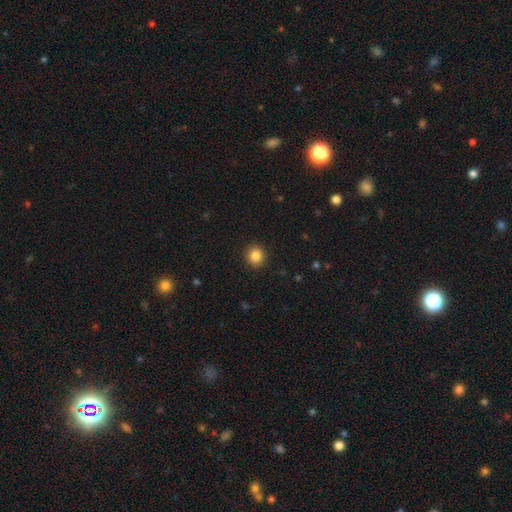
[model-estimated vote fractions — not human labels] smooth 85%, star or artifact 10%, featured or disk 5%. Down the decision tree: how rounded — round (90%); merging — none (92%).